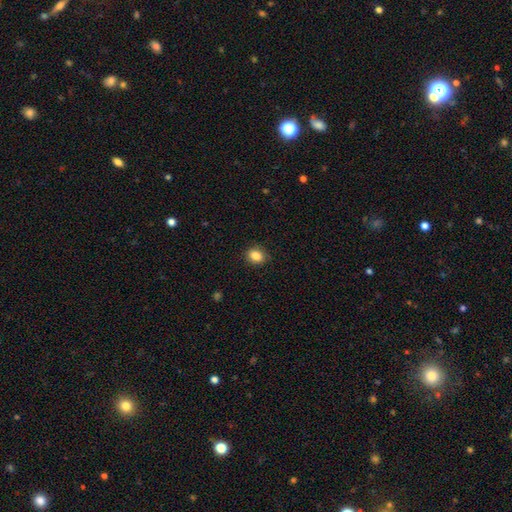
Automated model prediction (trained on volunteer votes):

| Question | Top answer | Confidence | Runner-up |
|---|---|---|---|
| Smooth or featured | smooth | 86% | star or artifact (9%) |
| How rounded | in between | 50% | round (49%) |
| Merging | none | 87% | minor disturbance (10%) |